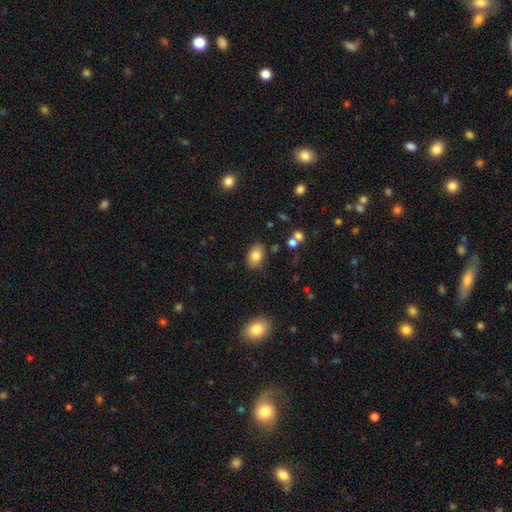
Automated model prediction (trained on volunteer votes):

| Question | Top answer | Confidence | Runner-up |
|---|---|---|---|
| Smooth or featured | smooth | 81% | featured or disk (10%) |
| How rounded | in between | 88% | round (10%) |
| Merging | none | 82% | minor disturbance (13%) |